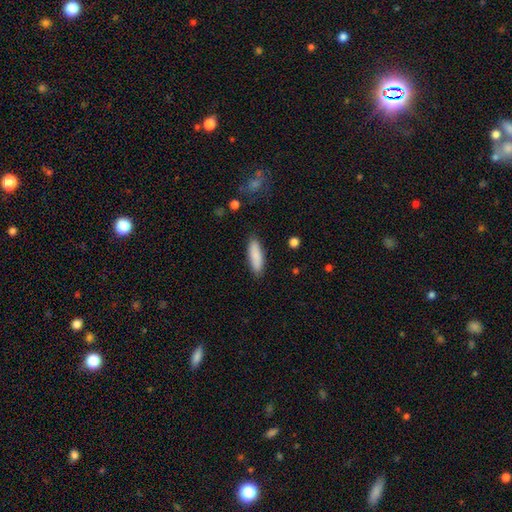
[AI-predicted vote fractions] Q: Smooth or featured?
A: smooth (88%); runner-up: featured or disk (6%)
Q: How rounded?
A: cigar-shaped (51%); runner-up: in between (47%)
Q: Merging?
A: none (87%); runner-up: minor disturbance (9%)